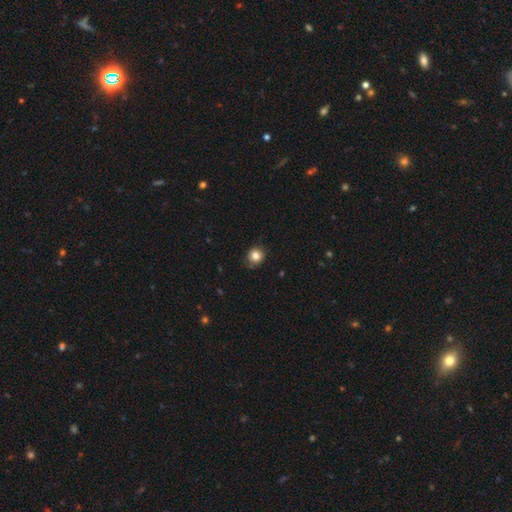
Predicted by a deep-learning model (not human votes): Smooth or featured? Predicted: smooth (p=0.83). How rounded? Predicted: round (p=0.83). Merging? Predicted: none (p=0.80).